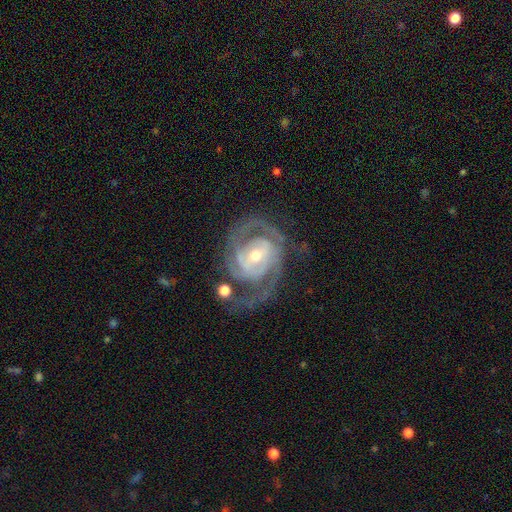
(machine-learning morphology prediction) Smooth or featured?
  - featured or disk: 91% *
  - star or artifact: 5%
  - smooth: 4%
Edge-on disk?
  - no: 97% *
  - yes: 3%
Bar?
  - weak: 41% *
  - no: 36%
  - strong: 22%
Spiral arms?
  - yes: 97% *
  - no: 3%
Spiral winding?
  - tight: 55% *
  - medium: 37%
  - loose: 8%
Spiral arm count?
  - 2: 49% *
  - 3: 24%
  - can't tell: 14%
  - 4: 5%
  - 1: 4%
  - more than 4: 4%
Bulge size?
  - moderate: 48% * (tied)
  - small: 48% * (tied)
  - large: 3%
  - none: 1%
  - dominant: 1%
Merging?
  - none: 58% *
  - minor disturbance: 19%
  - major disturbance: 18%
  - merger: 4%